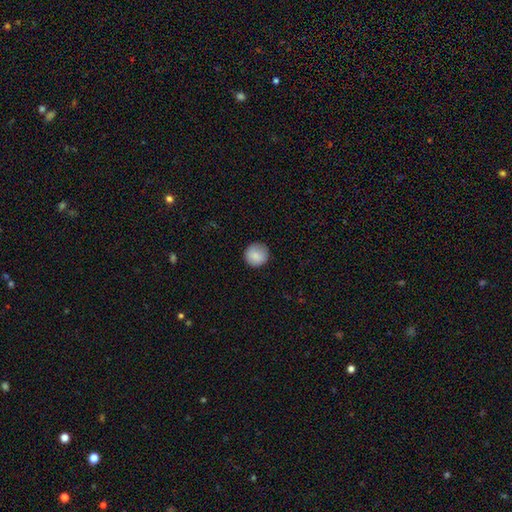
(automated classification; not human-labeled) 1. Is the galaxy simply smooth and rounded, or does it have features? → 87% smooth, 8% star or artifact, 6% featured or disk.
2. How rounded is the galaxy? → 95% round, 4% in between, 1% cigar-shaped.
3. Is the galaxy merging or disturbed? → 89% none, 8% minor disturbance, 2% major disturbance, 1% merger.